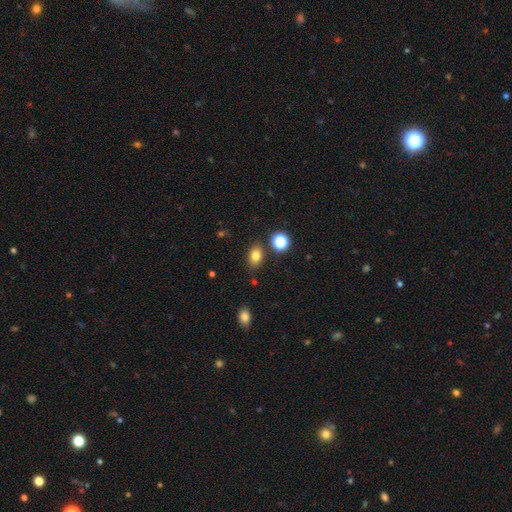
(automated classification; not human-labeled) A smooth galaxy with no disk features (80%) that is in between round and cigar-shaped (76%).

Vote fractions:
- Smooth or featured? smooth: 80% / star or artifact: 12% / featured or disk: 8%
- How rounded? in between: 76% / round: 22% / cigar-shaped: 2%
- Merging? none: 82% / minor disturbance: 11% / merger: 5% / major disturbance: 3%